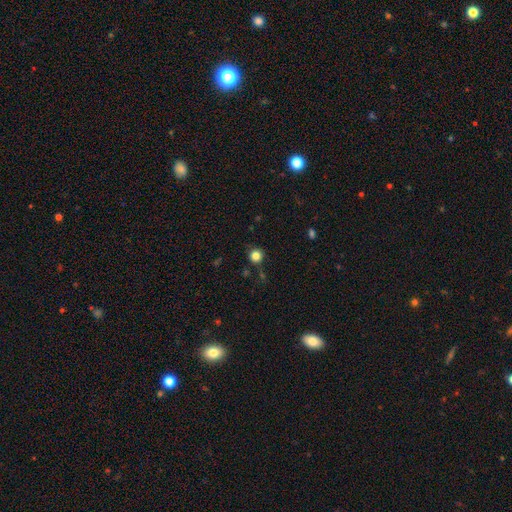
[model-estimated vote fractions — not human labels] Smooth or featured? Predicted: smooth (p=0.81). How rounded? Predicted: round (p=0.95). Merging? Predicted: none (p=0.84).